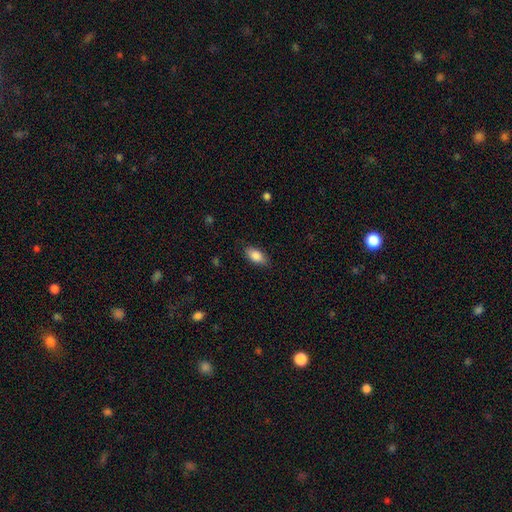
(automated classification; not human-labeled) Smooth or featured? smooth (86%)
How rounded? in between (89%)
Merging? none (83%)